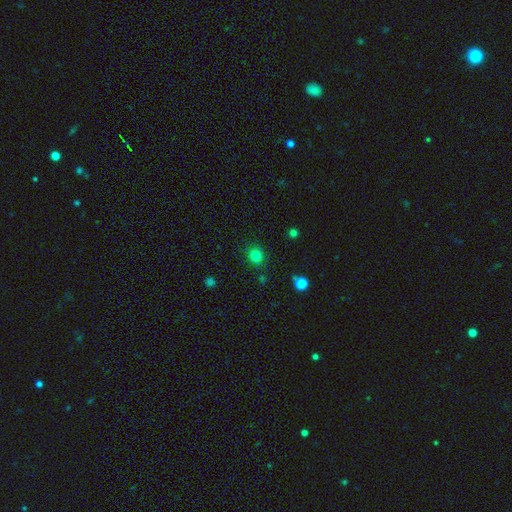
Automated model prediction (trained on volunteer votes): The model was most divided on "smooth or featured": smooth: 82%, star or artifact: 14%, featured or disk: 4%. More confident: how rounded — round (89%); merging — none (87%).